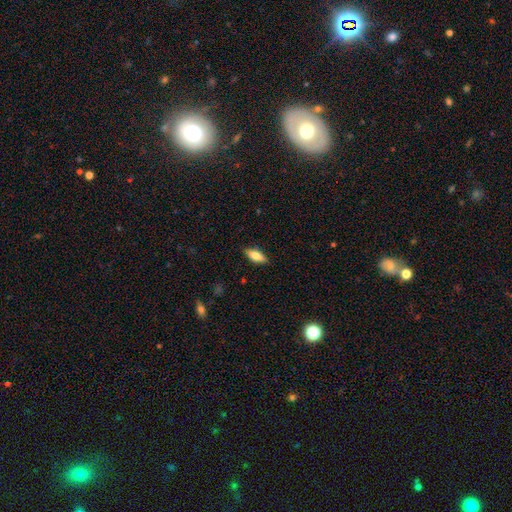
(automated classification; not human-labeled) This appears to be a smooth galaxy with no disk features (72%) that is in between round and cigar-shaped (71%). Merging: none (87%).